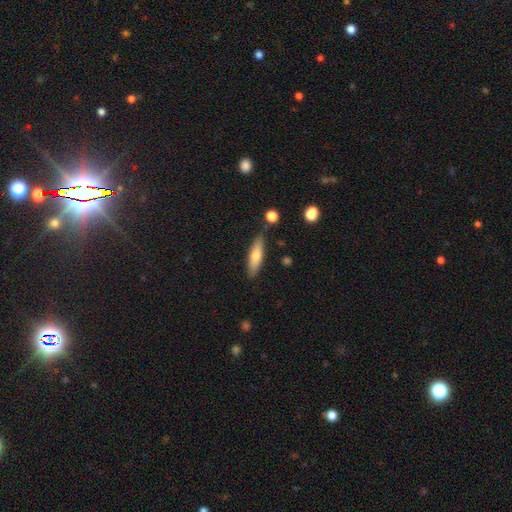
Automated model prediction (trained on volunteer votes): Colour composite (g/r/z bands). It shows a smooth galaxy with no disk features (67%) that is cigar-shaped (65%). Merging: none (82%).